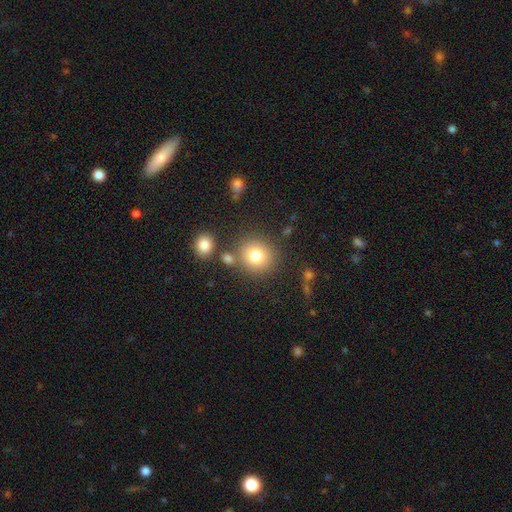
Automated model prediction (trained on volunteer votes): The model was most divided on "merging": none: 77%, merger: 10%, minor disturbance: 9%, major disturbance: 4%. More confident: how rounded — round (87%); smooth or featured — smooth (79%).